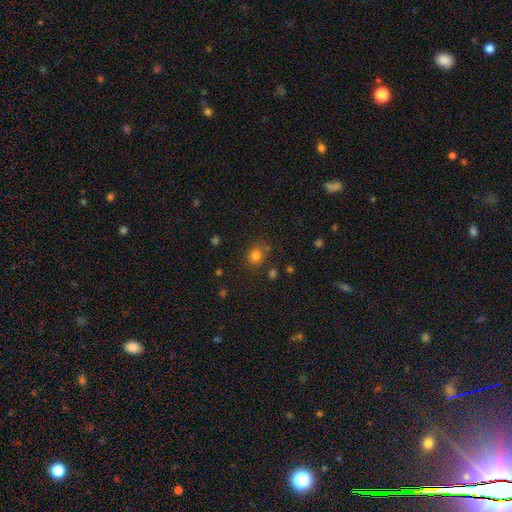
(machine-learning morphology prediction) Smooth or featured?
  - smooth: 80% *
  - star or artifact: 14%
  - featured or disk: 6%
How rounded?
  - round: 71% *
  - in between: 28%
  - cigar-shaped: 1%
Merging?
  - none: 77% *
  - minor disturbance: 13%
  - merger: 6%
  - major disturbance: 5%